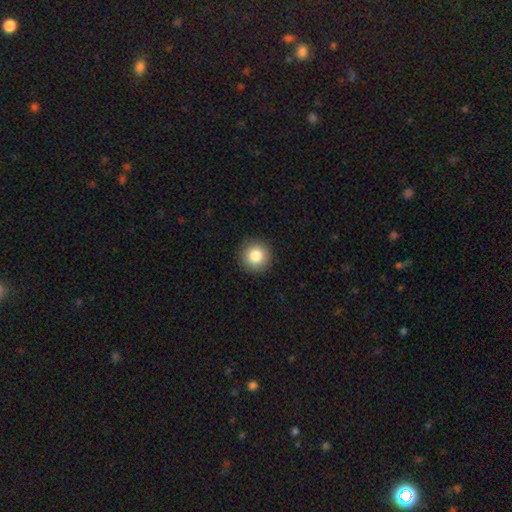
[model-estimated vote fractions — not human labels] A smooth galaxy with no disk features (85%) that is round (95%).

Vote fractions:
- Smooth or featured? smooth: 85% / star or artifact: 9% / featured or disk: 6%
- How rounded? round: 95% / in between: 4% / cigar-shaped: 1%
- Merging? none: 93% / minor disturbance: 5% / major disturbance: 2% / merger: 1%